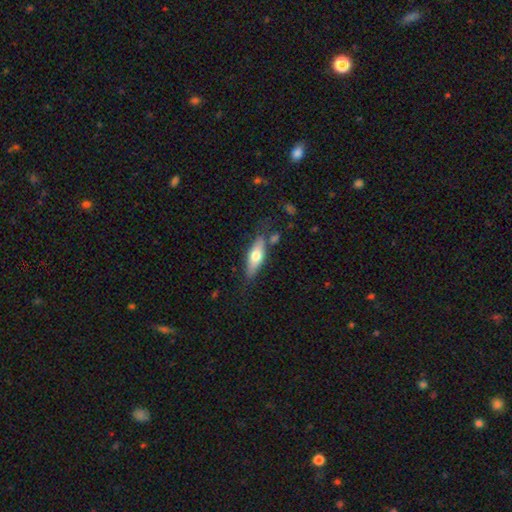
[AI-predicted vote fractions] Morphology: type=smooth (54%); roundness=cigar-shaped (50%); merging=none (74%).